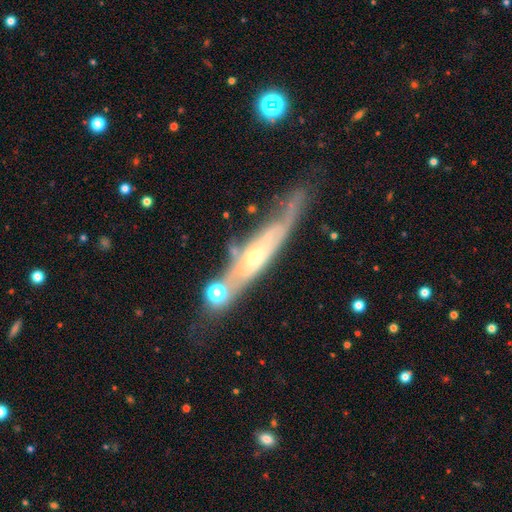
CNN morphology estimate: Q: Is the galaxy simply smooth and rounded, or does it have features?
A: featured or disk — 79%.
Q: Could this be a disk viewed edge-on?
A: yes — 52%.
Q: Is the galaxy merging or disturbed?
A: none — 57%.